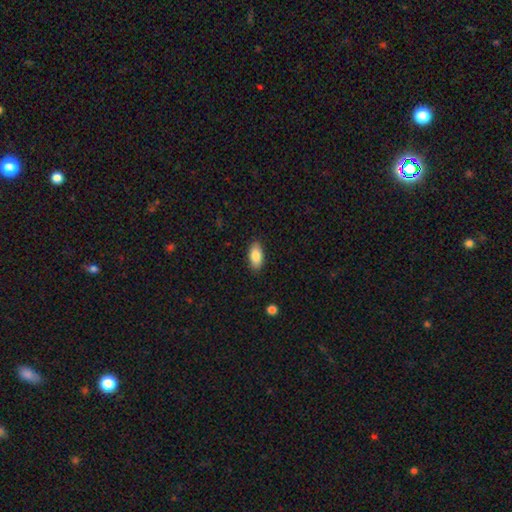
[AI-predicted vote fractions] Morphology: type=smooth (84%); roundness=in between (90%); merging=none (88%).